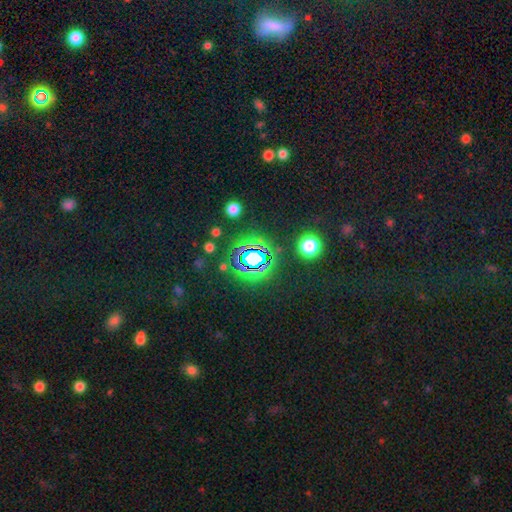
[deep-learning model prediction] Q: Smooth or featured?
A: star or artifact (75%); runner-up: smooth (17%)